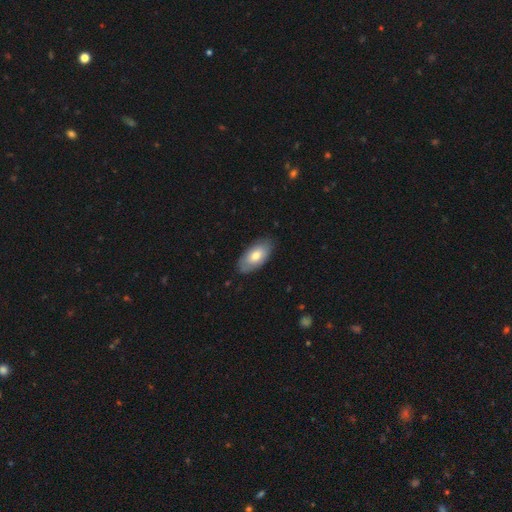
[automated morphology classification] This is likely a smooth galaxy (74%). How rounded: clearly in between (93%). Merging: clearly none (84%).